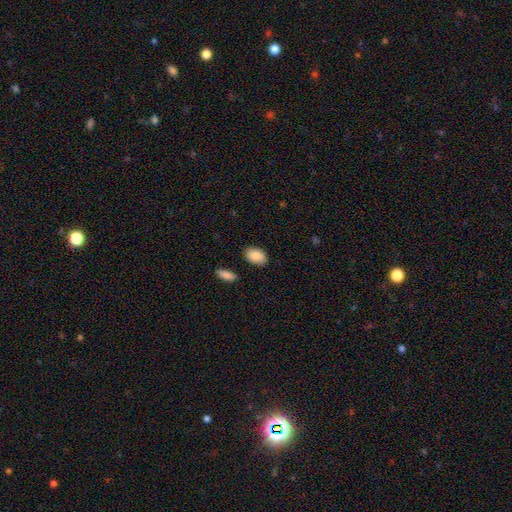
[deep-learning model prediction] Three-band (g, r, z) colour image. It shows a smooth galaxy with no disk features (89%) that is in between round and cigar-shaped (90%). Merging: none (86%).